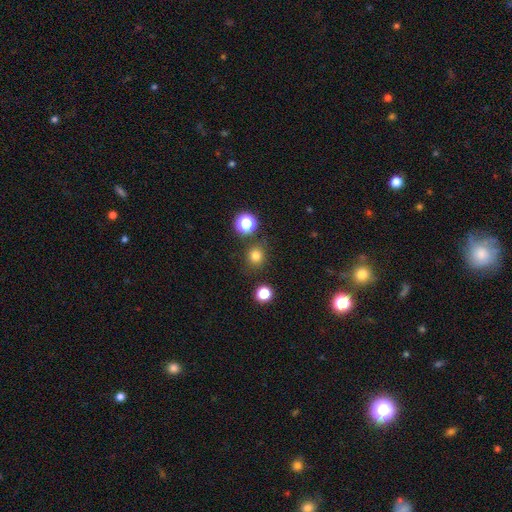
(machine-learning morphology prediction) Smooth or featured? Predicted: smooth (p=0.78). How rounded? Predicted: round (p=0.89). Merging? Predicted: none (p=0.84).